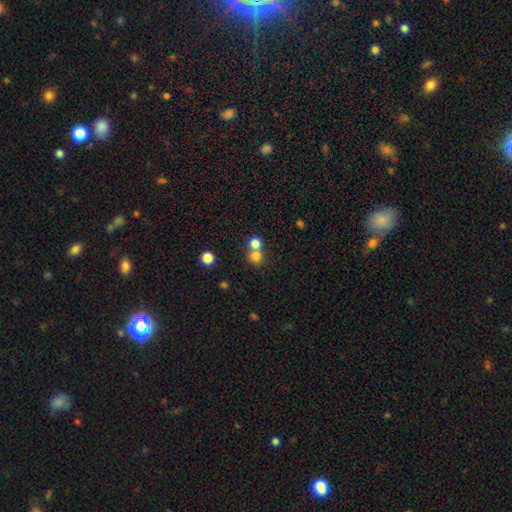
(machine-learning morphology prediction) Smooth or featured? Predicted: smooth (p=0.77). How rounded? Predicted: round (p=0.86). Merging? Predicted: none (p=0.51).